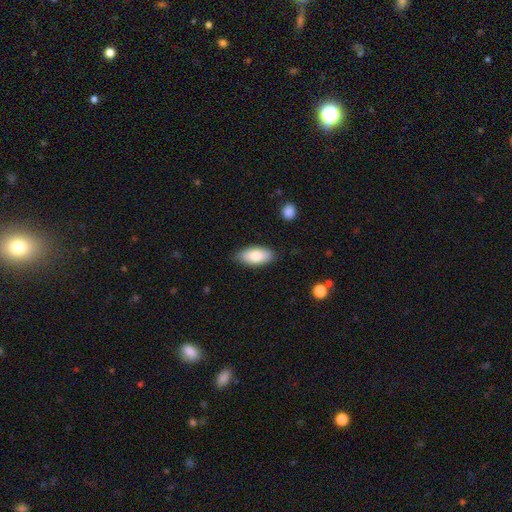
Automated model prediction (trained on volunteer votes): Q: Smooth or featured?
A: smooth (81%); runner-up: featured or disk (13%)
Q: How rounded?
A: in between (90%); runner-up: cigar-shaped (8%)
Q: Merging?
A: none (83%); runner-up: minor disturbance (13%)